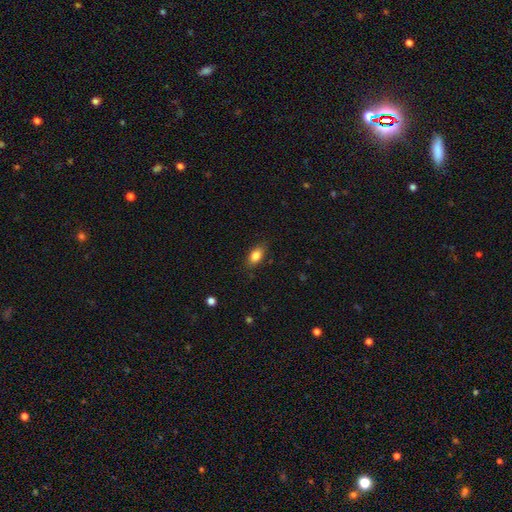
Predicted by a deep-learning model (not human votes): Smooth or featured? Predicted: smooth (p=0.84). How rounded? Predicted: in between (p=0.87). Merging? Predicted: none (p=0.83).